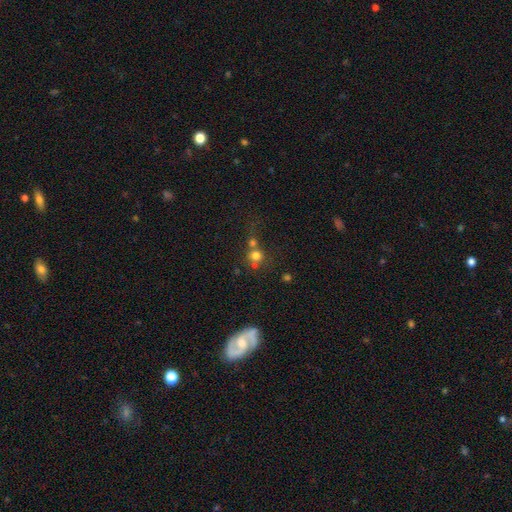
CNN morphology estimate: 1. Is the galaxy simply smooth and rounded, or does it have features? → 70% smooth, 18% star or artifact, 12% featured or disk.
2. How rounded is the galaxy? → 88% round, 11% in between, 1% cigar-shaped.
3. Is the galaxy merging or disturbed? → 44% none, 43% merger, 7% minor disturbance, 6% major disturbance.